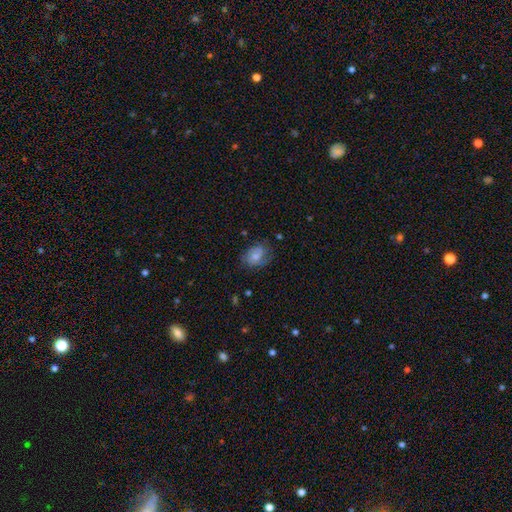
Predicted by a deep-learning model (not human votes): Smooth or featured: smooth — 56% (featured or disk — 35%)
How rounded: in between — 71% (round — 28%)
Merging: none — 60% (minor disturbance — 26%)